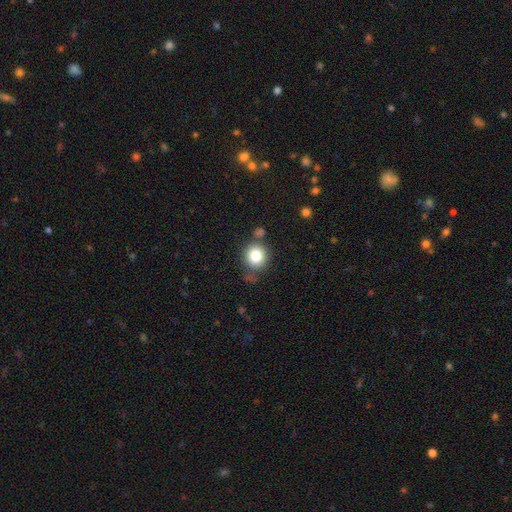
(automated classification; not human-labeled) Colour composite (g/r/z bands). It shows a smooth galaxy with no disk features (83%) that is round (87%). Merging: none (73%).